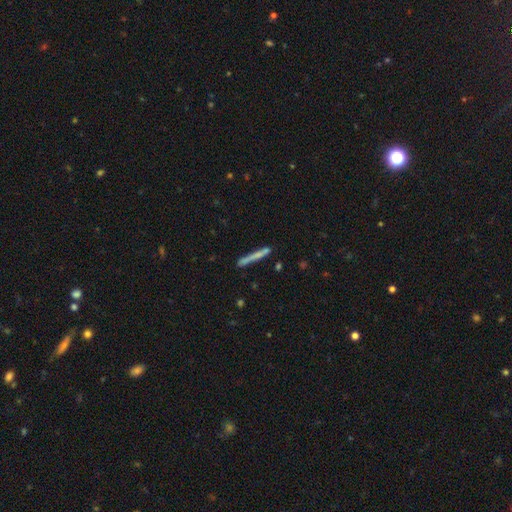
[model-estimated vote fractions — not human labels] smooth_or_featured: smooth (p=0.59) [alt: featured or disk p=0.33]
how_rounded: cigar-shaped (p=0.96) [alt: in between p=0.02]
merging: none (p=0.83) [alt: minor disturbance p=0.11]